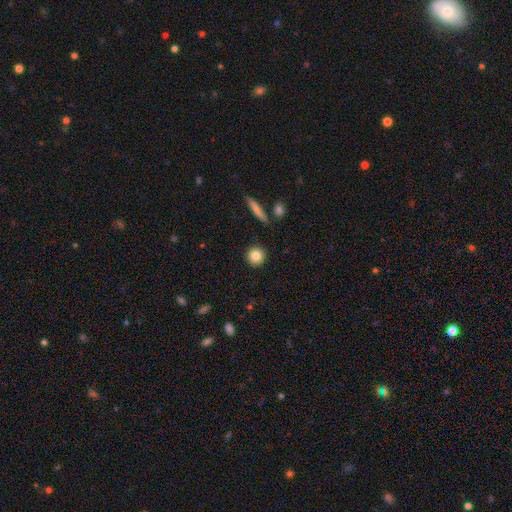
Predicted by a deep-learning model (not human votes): A smooth galaxy with no disk features (83%) that is round (92%).

Vote fractions:
- Smooth or featured? smooth: 83% / star or artifact: 9% / featured or disk: 8%
- How rounded? round: 92% / in between: 6% / cigar-shaped: 1%
- Merging? none: 91% / minor disturbance: 5% / merger: 2% / major disturbance: 2%